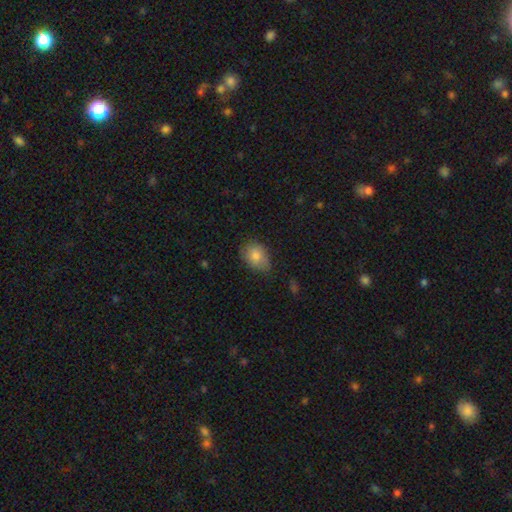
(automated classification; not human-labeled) smooth_or_featured: smooth (p=0.82) [alt: featured or disk p=0.10]
how_rounded: in between (p=0.74) [alt: round p=0.25]
merging: none (p=0.68) [alt: minor disturbance p=0.26]